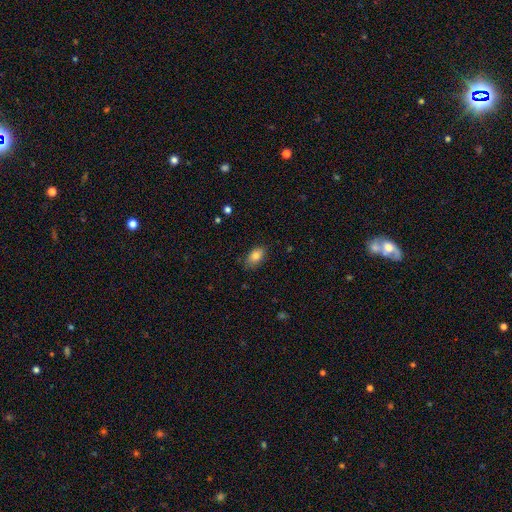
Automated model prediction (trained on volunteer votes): Q: Smooth or featured?
A: smooth (83%); runner-up: featured or disk (9%)
Q: How rounded?
A: in between (89%); runner-up: round (9%)
Q: Merging?
A: none (80%); runner-up: minor disturbance (16%)